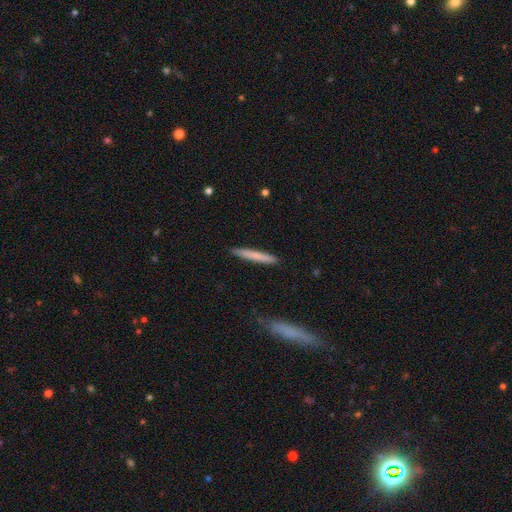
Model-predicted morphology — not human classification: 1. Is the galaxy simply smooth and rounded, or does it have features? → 73% smooth, 21% featured or disk, 6% star or artifact.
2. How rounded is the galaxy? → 95% cigar-shaped, 3% in between, 1% round.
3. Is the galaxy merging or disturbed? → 89% none, 8% minor disturbance, 2% major disturbance, 1% merger.